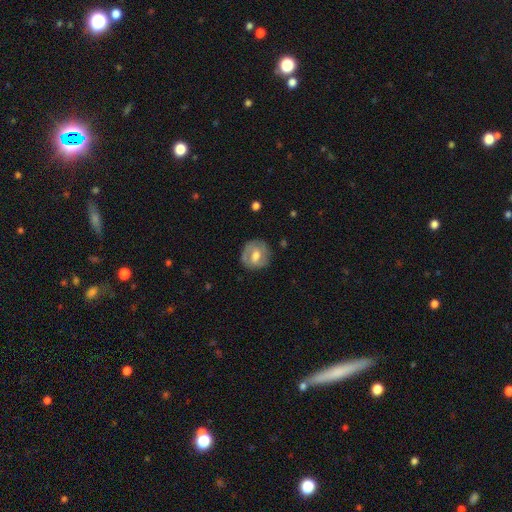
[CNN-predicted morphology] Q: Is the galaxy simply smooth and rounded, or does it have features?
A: featured or disk — 48%.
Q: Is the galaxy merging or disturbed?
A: none — 75%.